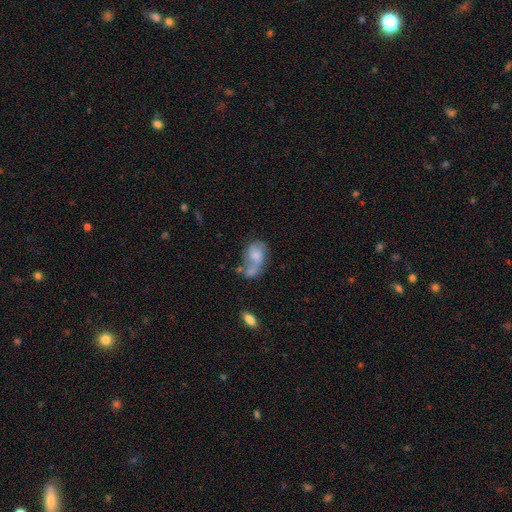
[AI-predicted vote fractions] Smooth or featured: smooth — 54% (featured or disk — 37%)
How rounded: in between — 83% (round — 15%)
Merging: merger — 36% (none — 23%)